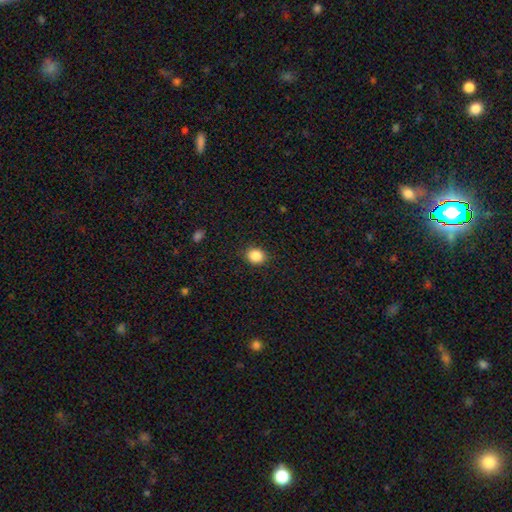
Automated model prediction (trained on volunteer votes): A smooth galaxy with no disk features (86%) that is round (70%).

Vote fractions:
- Smooth or featured? smooth: 86% / star or artifact: 10% / featured or disk: 4%
- How rounded? round: 70% / in between: 29% / cigar-shaped: 1%
- Merging? none: 89% / minor disturbance: 8% / major disturbance: 2% / merger: 1%